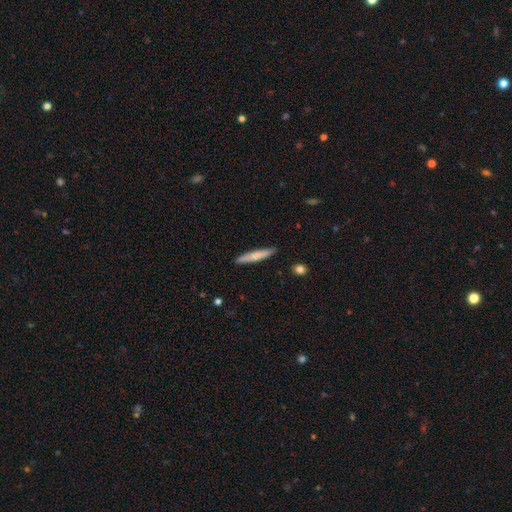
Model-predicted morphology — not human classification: This is likely a smooth galaxy (72%). How rounded: clearly cigar-shaped (93%). Merging: clearly none (90%).